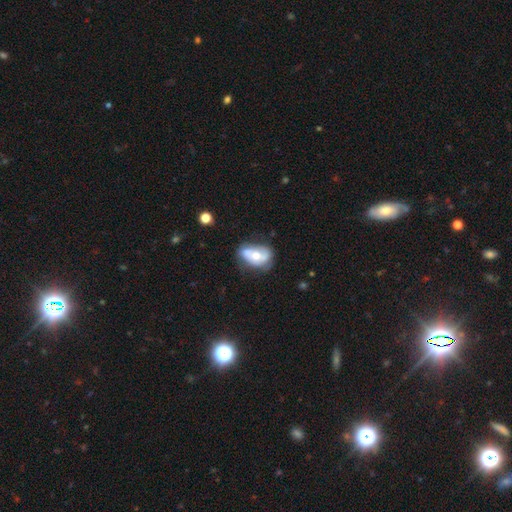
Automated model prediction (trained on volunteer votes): The model was most divided on "spiral arms": yes: 55%, no: 45%. Remaining: edge-on disk — no (95%); bar — no (71%); bulge size — moderate (71%); smooth or featured — featured or disk (58%); merging — none (43%).